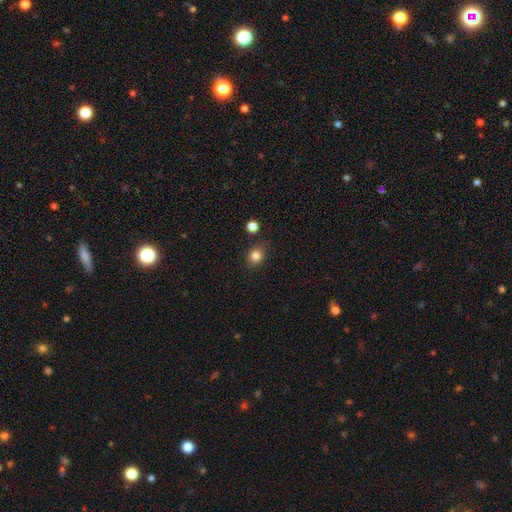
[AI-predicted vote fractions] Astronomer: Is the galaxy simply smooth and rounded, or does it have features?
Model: smooth — 83%.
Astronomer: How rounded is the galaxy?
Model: round — 73%.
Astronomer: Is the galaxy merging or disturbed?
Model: none — 82%.